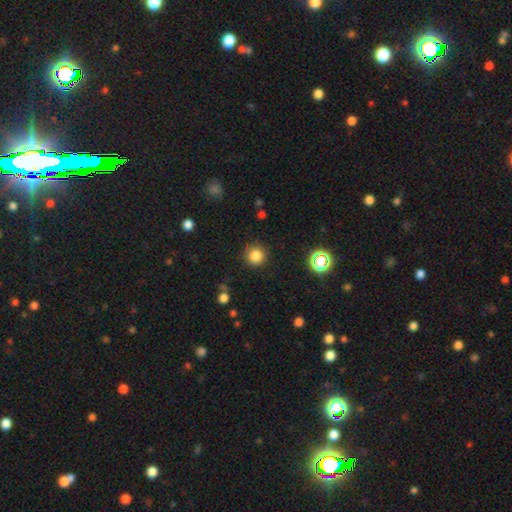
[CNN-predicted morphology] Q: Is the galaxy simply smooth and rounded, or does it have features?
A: smooth — 82%.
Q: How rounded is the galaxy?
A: round — 94%.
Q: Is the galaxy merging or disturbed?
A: none — 88%.